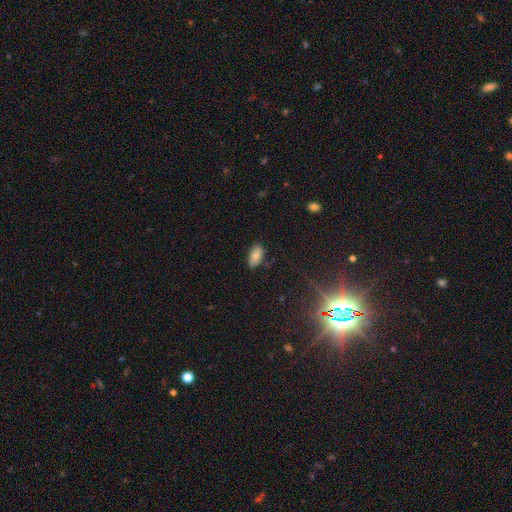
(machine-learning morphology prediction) This appears to be a smooth galaxy with no disk features (80%) that is in between round and cigar-shaped (93%). Merging: none (84%).